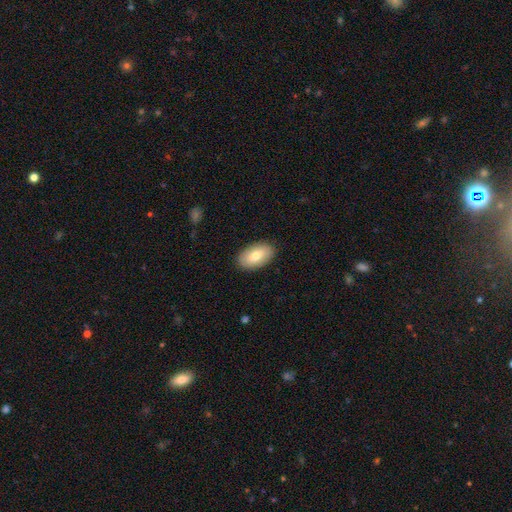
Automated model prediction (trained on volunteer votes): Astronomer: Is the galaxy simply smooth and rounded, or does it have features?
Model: smooth — 77%.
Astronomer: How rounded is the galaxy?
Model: in between — 94%.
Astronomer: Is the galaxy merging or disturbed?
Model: none — 89%.